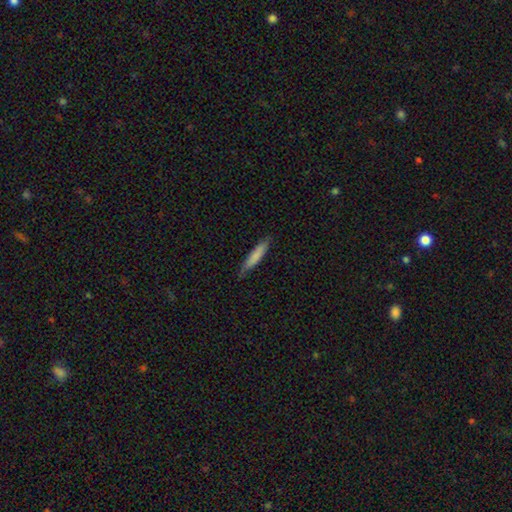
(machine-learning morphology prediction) type=smooth (77%); roundness=cigar-shaped (89%); merging=none (79%).